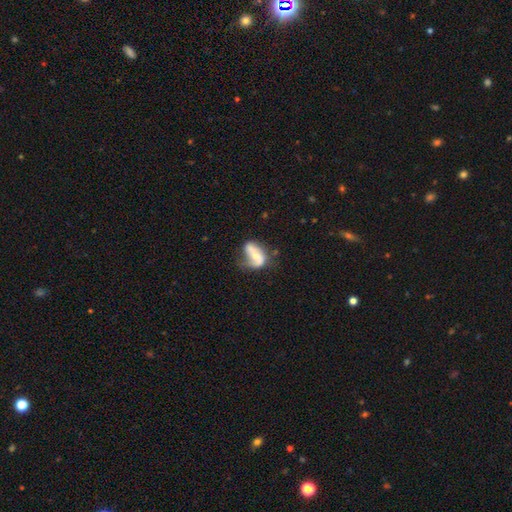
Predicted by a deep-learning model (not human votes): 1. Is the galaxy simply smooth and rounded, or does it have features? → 57% featured or disk, 36% smooth, 7% star or artifact.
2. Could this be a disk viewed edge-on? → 94% no, 6% yes.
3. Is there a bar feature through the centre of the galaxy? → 52% no, 26% weak, 22% strong.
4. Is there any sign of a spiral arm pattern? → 68% yes, 32% no.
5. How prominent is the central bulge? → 48% moderate, 43% small, 4% none, 4% large, 1% dominant.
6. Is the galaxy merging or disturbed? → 37% none, 30% minor disturbance, 23% major disturbance, 9% merger.